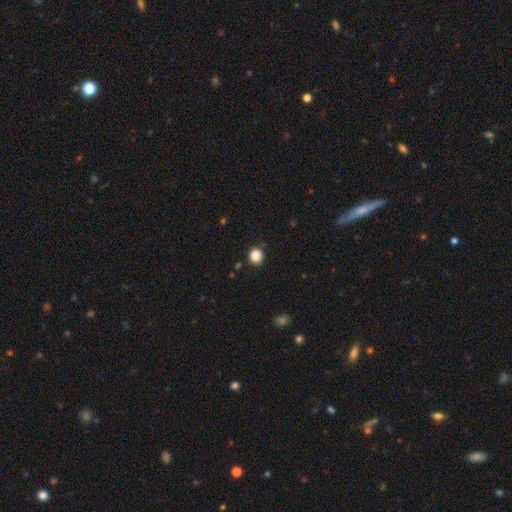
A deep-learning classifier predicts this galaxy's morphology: This appears to be a smooth galaxy with no disk features (85%) that is round (89%). Merging: none (88%).